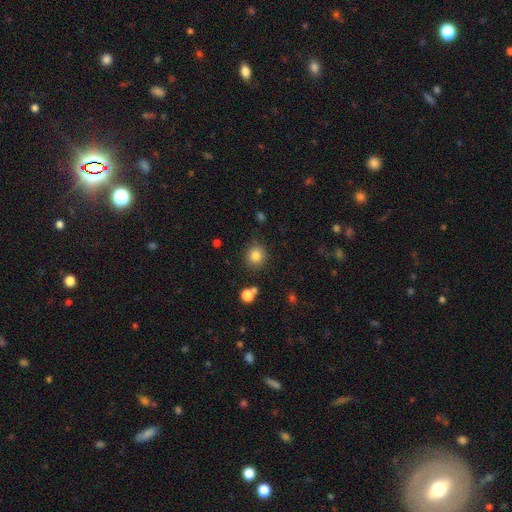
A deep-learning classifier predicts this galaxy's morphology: This is clearly a smooth galaxy (82%). How rounded: clearly round (83%). Merging: clearly none (85%).